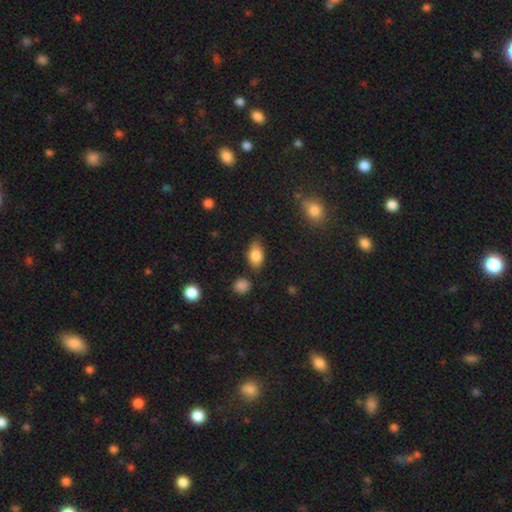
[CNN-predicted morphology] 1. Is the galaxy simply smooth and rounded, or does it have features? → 83% smooth, 9% featured or disk, 8% star or artifact.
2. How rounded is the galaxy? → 89% in between, 8% round, 3% cigar-shaped.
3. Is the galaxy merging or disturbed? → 72% none, 20% minor disturbance, 4% major disturbance, 3% merger.